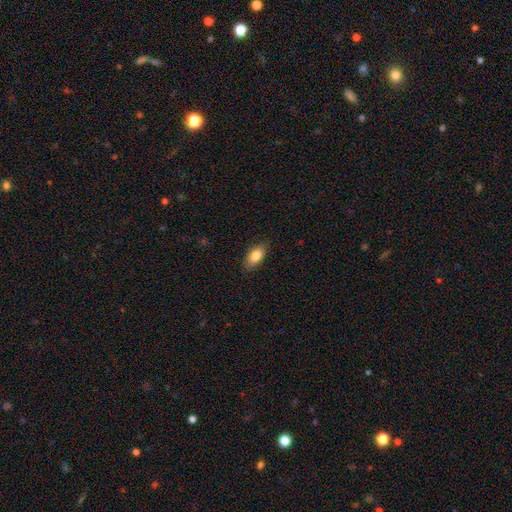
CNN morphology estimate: Q: Smooth or featured?
A: smooth (83%); runner-up: featured or disk (10%)
Q: How rounded?
A: in between (90%); runner-up: cigar-shaped (5%)
Q: Merging?
A: none (86%); runner-up: minor disturbance (10%)